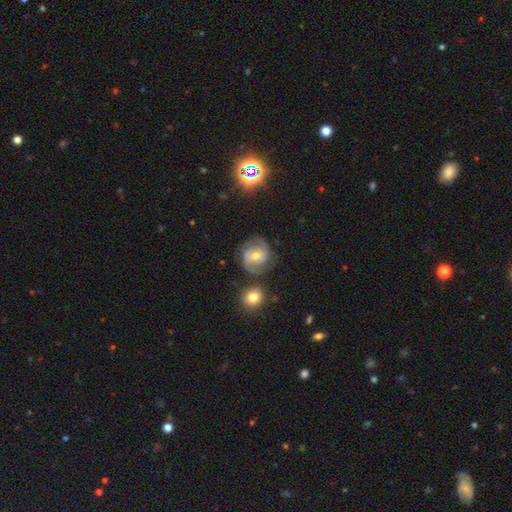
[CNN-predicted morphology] smooth-or-featured: featured or disk: 69% | smooth: 23% | star or artifact: 8%
  disk-edge-on: no: 97% | yes: 3%
    bar: weak: 43% | no: 41% | strong: 16%
    has-spiral-arms: yes: 88% | no: 12%
      spiral-winding: tight: 46% | medium: 42% | loose: 12%
      spiral-arm-count: 2: 69% | can't tell: 16% | 3: 8% | 1: 3% | 4: 2% | more than 4: 2%
    bulge-size: moderate: 68% | small: 26% | large: 4% | none: 1% | dominant: 1%
  merging: none: 70% | minor disturbance: 17% | major disturbance: 8% | merger: 5%